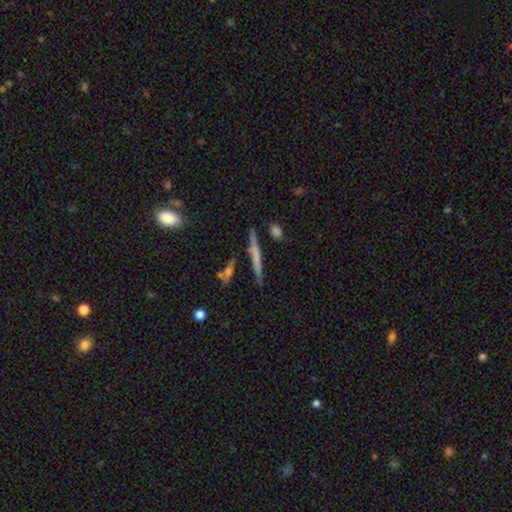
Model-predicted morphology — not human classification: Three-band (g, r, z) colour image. It shows a smooth galaxy with no disk features (47%). Merging: none (83%).